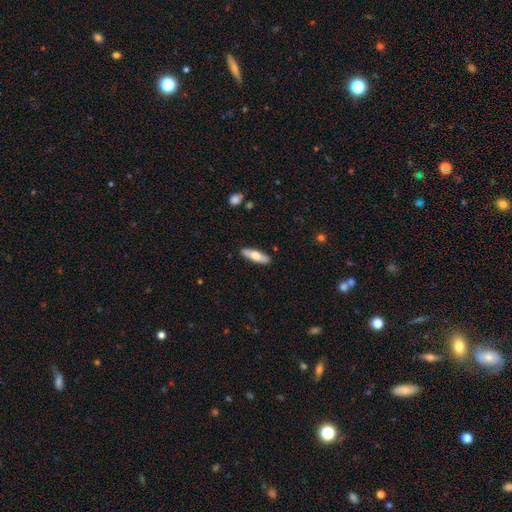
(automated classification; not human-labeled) Smooth or featured? Predicted: smooth (p=0.61). How rounded? Predicted: cigar-shaped (p=0.54). Merging? Predicted: none (p=0.88).